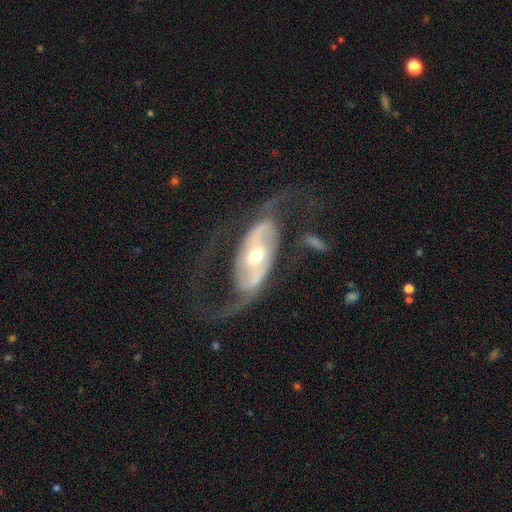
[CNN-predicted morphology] Overall: featured or disk (88%). Edge-on disk: no (94%). Bar: strong (37%; no 33%). Spiral arms: yes (91%). Spiral arm count: 2 (91%). Spiral winding: loose (51%; medium 38%). Bulge size: moderate (67%). Merging: none (60%; major disturbance 23%).